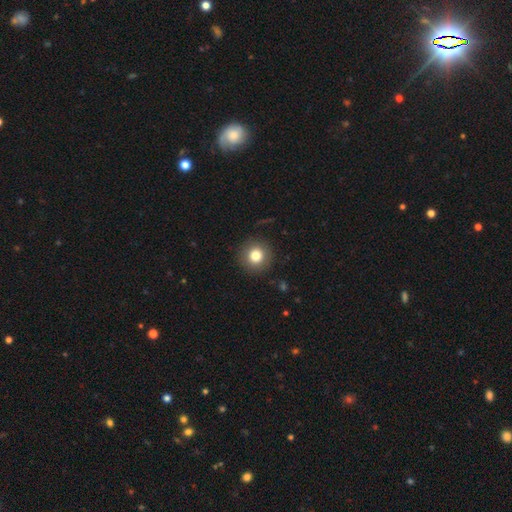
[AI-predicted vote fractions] smooth-or-featured: smooth: 80% | star or artifact: 10% | featured or disk: 9%
  how-rounded: round: 94% | in between: 5% | cigar-shaped: 1%
  merging: none: 90% | minor disturbance: 6% | major disturbance: 3% | merger: 1%